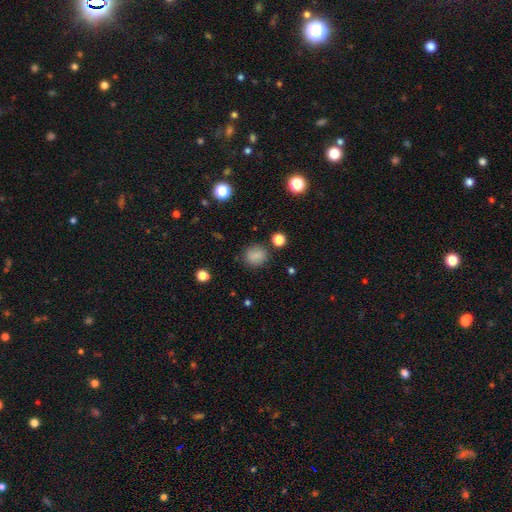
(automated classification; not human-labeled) Morphology: type=smooth (83%); roundness=round (79%); merging=none (85%).